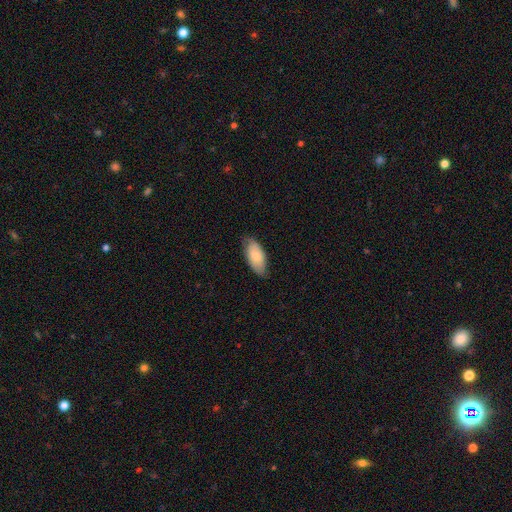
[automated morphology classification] This appears to be a smooth galaxy with no disk features (77%) that is in between round and cigar-shaped (91%). Merging: none (76%).